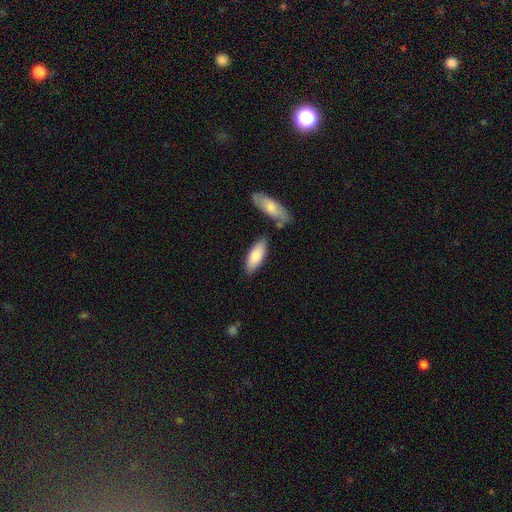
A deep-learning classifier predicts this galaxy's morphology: This appears to be a smooth galaxy with no disk features (80%) that is in between round and cigar-shaped (74%). Merging: none (75%).